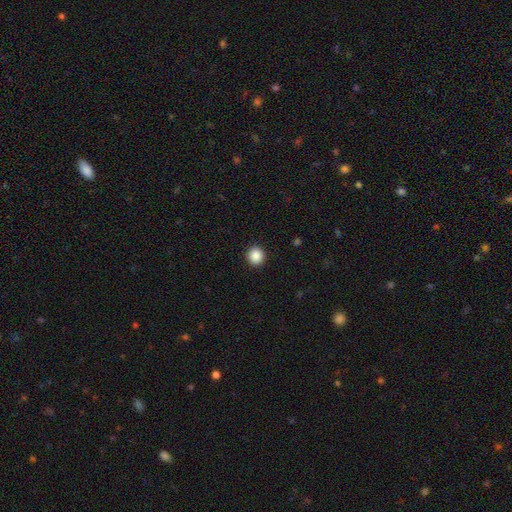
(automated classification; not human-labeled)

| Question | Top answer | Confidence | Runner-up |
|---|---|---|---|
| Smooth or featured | smooth | 88% | star or artifact (9%) |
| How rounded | round | 92% | in between (7%) |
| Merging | none | 92% | minor disturbance (5%) |